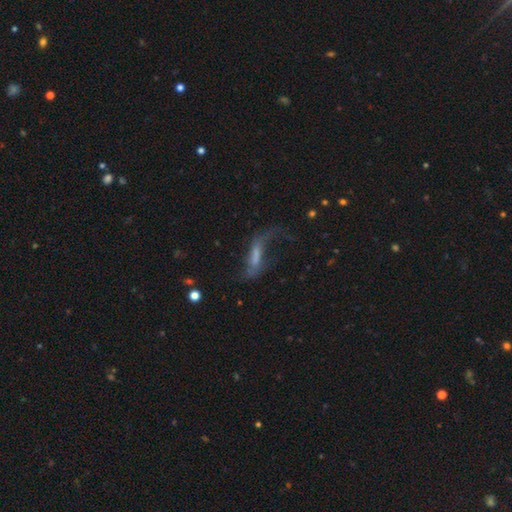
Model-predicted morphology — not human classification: Q: Smooth or featured?
A: featured or disk (61%); runner-up: smooth (25%)
Q: Edge-on disk?
A: no (79%); runner-up: yes (21%)
Q: Merging?
A: none (46%); runner-up: major disturbance (31%)